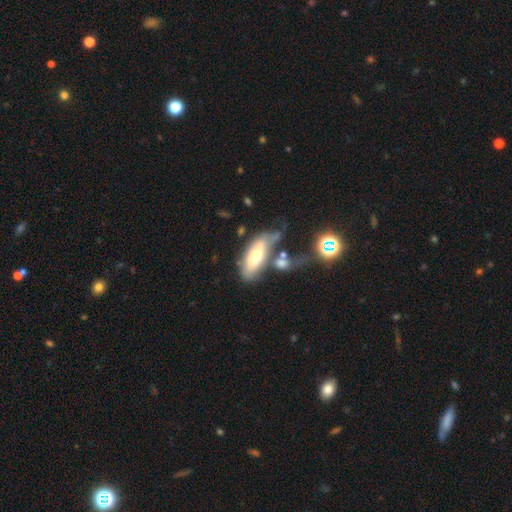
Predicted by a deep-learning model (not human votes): Smooth or featured? Predicted: smooth (p=0.56). How rounded? Predicted: in between (p=0.74). Merging? Predicted: none (p=0.40).